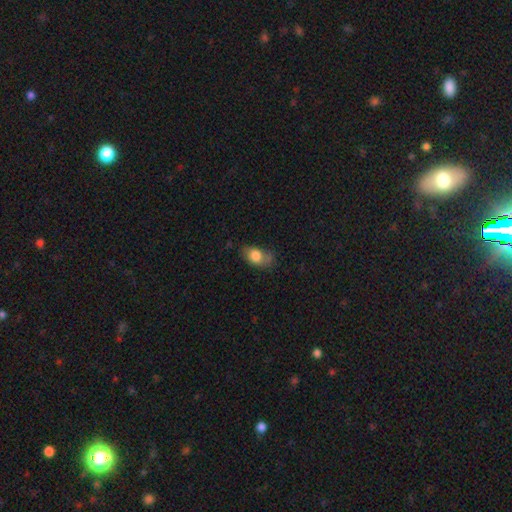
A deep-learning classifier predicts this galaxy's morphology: smooth-or-featured: smooth: 76% | featured or disk: 16% | star or artifact: 8%
  how-rounded: in between: 82% | round: 14% | cigar-shaped: 3%
  merging: none: 55% | minor disturbance: 31% | major disturbance: 11% | merger: 3%